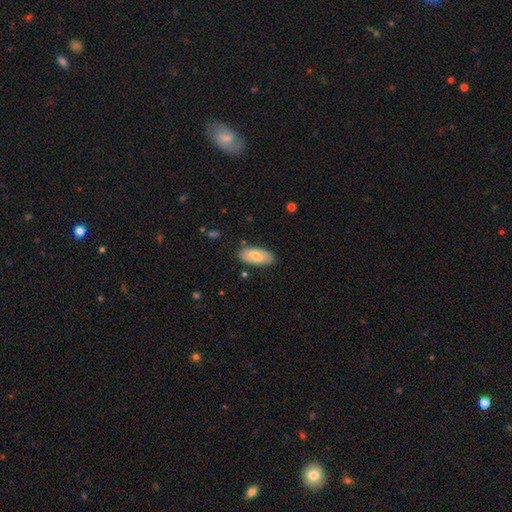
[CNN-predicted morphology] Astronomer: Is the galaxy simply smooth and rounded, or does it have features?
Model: smooth — 69%.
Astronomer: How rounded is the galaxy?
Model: in between — 91%.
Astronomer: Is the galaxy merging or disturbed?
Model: none — 82%.